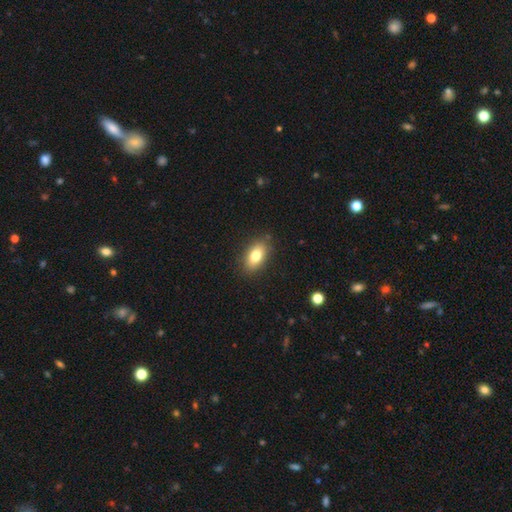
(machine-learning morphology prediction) A smooth galaxy with no disk features (78%) that is in between round and cigar-shaped (88%).

Vote fractions:
- Smooth or featured? smooth: 78% / featured or disk: 14% / star or artifact: 8%
- How rounded? in between: 88% / round: 8% / cigar-shaped: 5%
- Merging? none: 85% / minor disturbance: 11% / major disturbance: 3% / merger: 1%